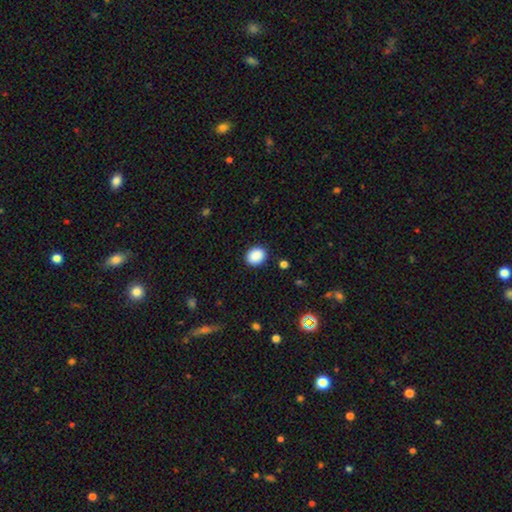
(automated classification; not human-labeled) Smooth or featured? Predicted: smooth (p=0.89). How rounded? Predicted: round (p=0.55). Merging? Predicted: none (p=0.89).